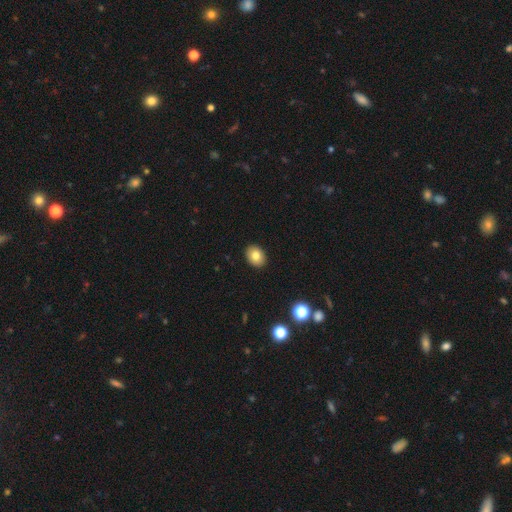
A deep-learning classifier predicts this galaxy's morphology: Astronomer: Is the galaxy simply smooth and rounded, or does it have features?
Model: smooth — 81%.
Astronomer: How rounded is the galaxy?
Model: in between — 63%.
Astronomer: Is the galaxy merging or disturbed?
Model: none — 91%.